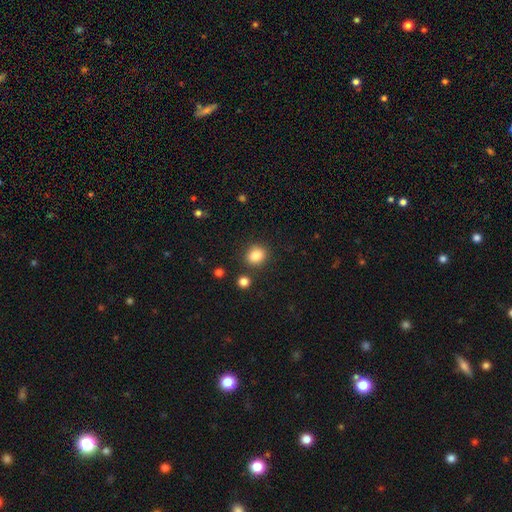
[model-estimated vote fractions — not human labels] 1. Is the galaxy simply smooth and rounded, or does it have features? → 84% smooth, 10% star or artifact, 5% featured or disk.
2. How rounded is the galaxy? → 67% round, 32% in between, 1% cigar-shaped.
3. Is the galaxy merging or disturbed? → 85% none, 8% minor disturbance, 5% merger, 3% major disturbance.